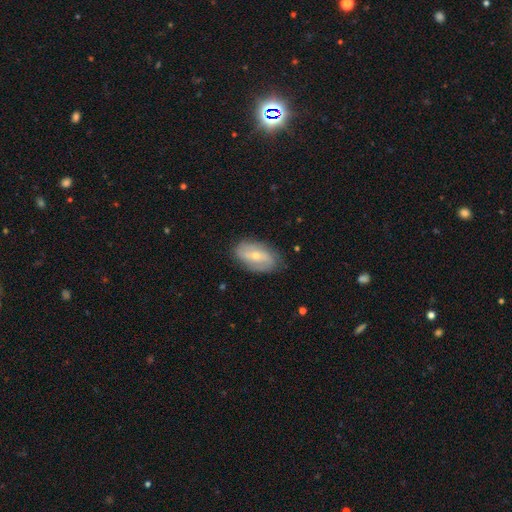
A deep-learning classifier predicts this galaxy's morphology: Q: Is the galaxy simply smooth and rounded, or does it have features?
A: featured or disk — 58%.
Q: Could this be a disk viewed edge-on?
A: no — 91%.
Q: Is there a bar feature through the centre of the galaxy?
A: no — 47%.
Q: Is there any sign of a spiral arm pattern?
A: yes — 71%.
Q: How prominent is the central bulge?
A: small — 58%.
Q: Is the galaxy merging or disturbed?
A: none — 79%.